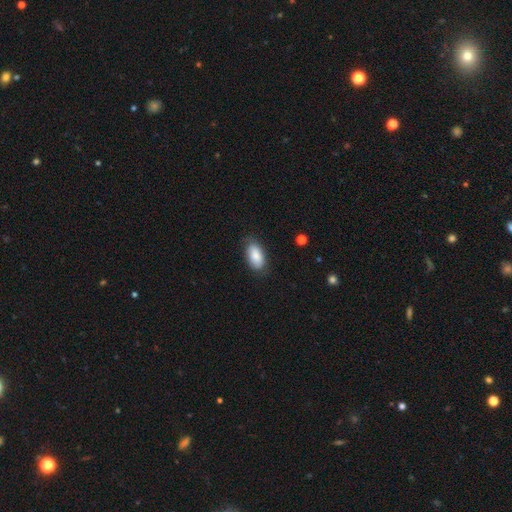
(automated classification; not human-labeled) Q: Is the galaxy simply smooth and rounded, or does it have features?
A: smooth — 84%.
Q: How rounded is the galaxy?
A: in between — 93%.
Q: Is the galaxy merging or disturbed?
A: none — 75%.